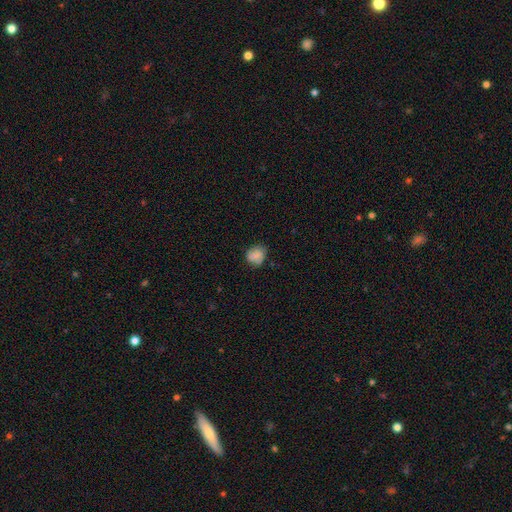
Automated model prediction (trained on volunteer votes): A smooth galaxy with no disk features (70%) that is round (67%).

Vote fractions:
- Smooth or featured? smooth: 70% / featured or disk: 21% / star or artifact: 9%
- How rounded? round: 67% / in between: 32% / cigar-shaped: 1%
- Merging? none: 69% / minor disturbance: 23% / major disturbance: 6% / merger: 2%